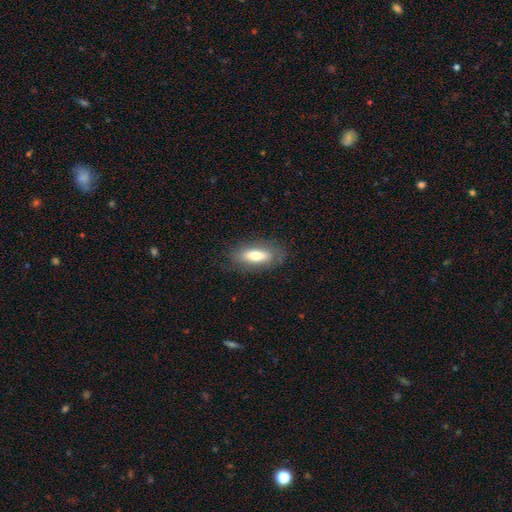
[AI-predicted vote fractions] smooth 68%, featured or disk 25%, star or artifact 7%. Down the decision tree: how rounded — in between (70%); merging — none (81%).